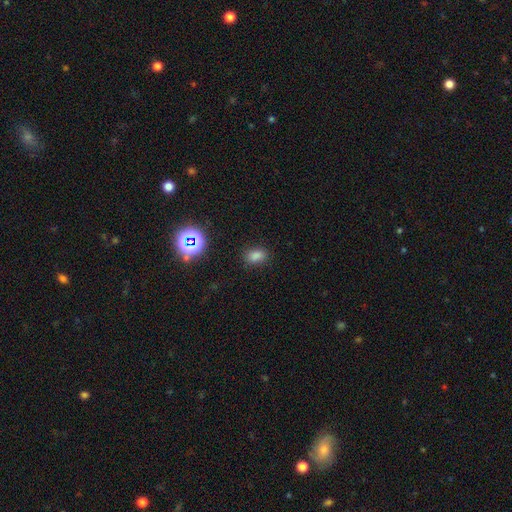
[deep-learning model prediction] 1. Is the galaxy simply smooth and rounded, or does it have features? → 77% smooth, 18% star or artifact, 5% featured or disk.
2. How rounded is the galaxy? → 76% in between, 23% round, 2% cigar-shaped.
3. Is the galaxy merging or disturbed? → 84% none, 11% minor disturbance, 3% major disturbance, 2% merger.